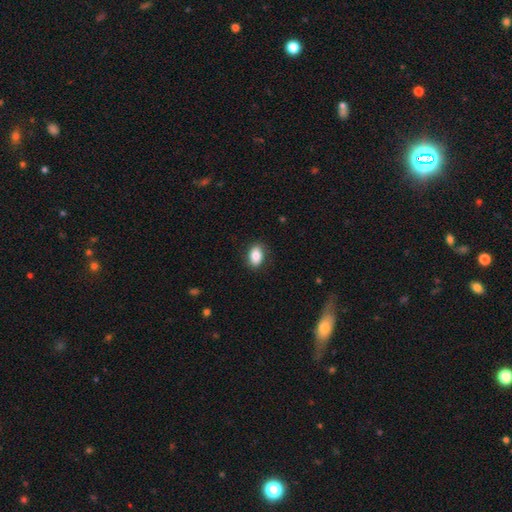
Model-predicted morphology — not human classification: The model was most divided on "how rounded": in between: 86%, round: 12%, cigar-shaped: 2%. More confident: merging — none (86%); smooth or featured — smooth (84%).